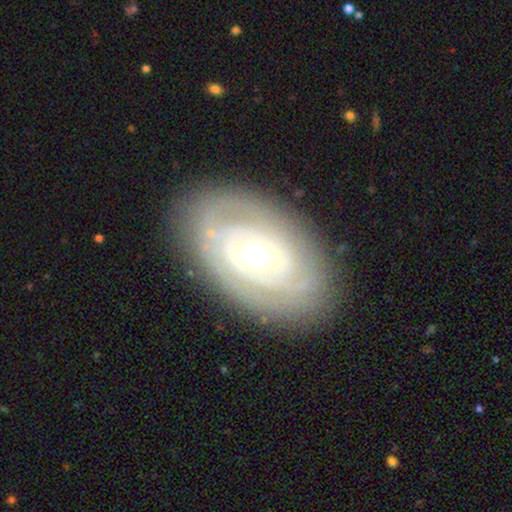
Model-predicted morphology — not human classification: type=featured or disk (80%); edge-on=no (94%); bar=weak (40%); spiral arms=yes (71%); winding=tight (75%); arm count=can't tell (47%); bulge=moderate (70%); merging=none (82%).